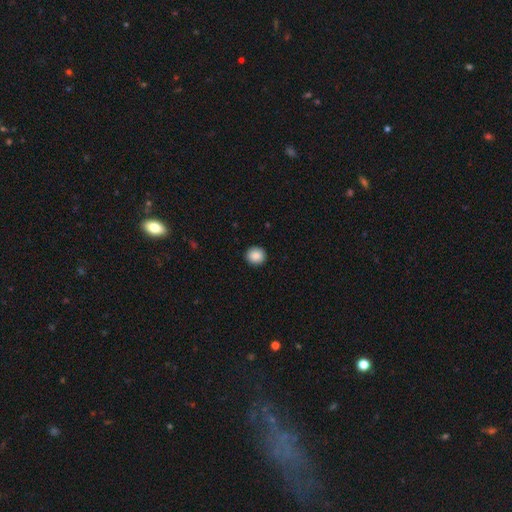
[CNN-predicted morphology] Q: Smooth or featured?
A: smooth (88%); runner-up: star or artifact (8%)
Q: How rounded?
A: round (91%); runner-up: in between (8%)
Q: Merging?
A: none (92%); runner-up: minor disturbance (5%)